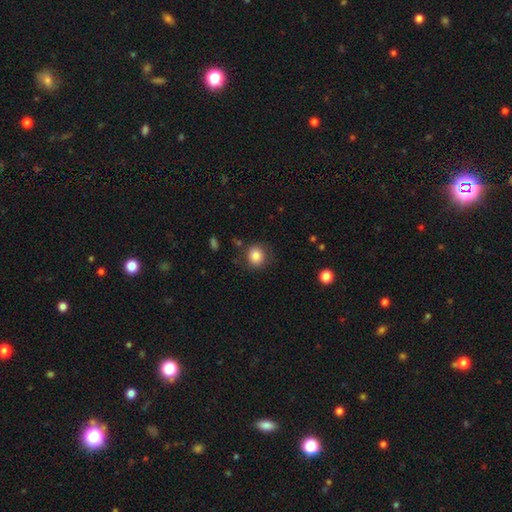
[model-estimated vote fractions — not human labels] The model was most divided on "how rounded": round: 80%, in between: 19%, cigar-shaped: 1%. More confident: smooth or featured — smooth (84%); merging — none (81%).